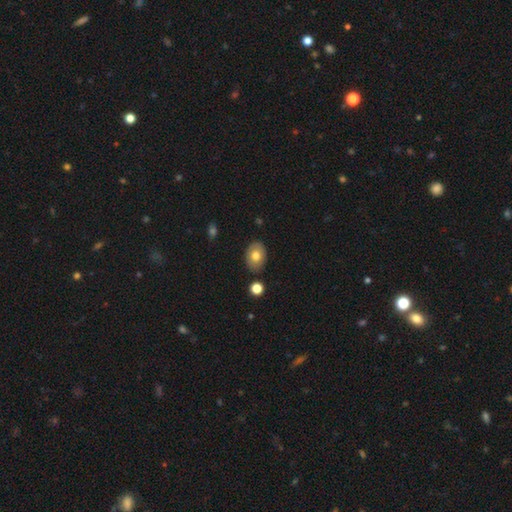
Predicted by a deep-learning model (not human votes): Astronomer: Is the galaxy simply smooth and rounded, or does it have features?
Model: smooth — 74%.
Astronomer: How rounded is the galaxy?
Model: in between — 76%.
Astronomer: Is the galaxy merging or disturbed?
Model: none — 84%.